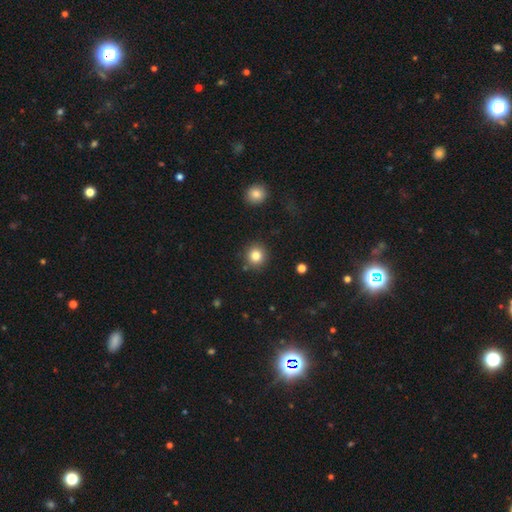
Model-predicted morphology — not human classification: smooth-or-featured: smooth: 82% | star or artifact: 11% | featured or disk: 6%
  how-rounded: round: 92% | in between: 7% | cigar-shaped: 1%
  merging: none: 87% | minor disturbance: 7% | merger: 3% | major disturbance: 2%